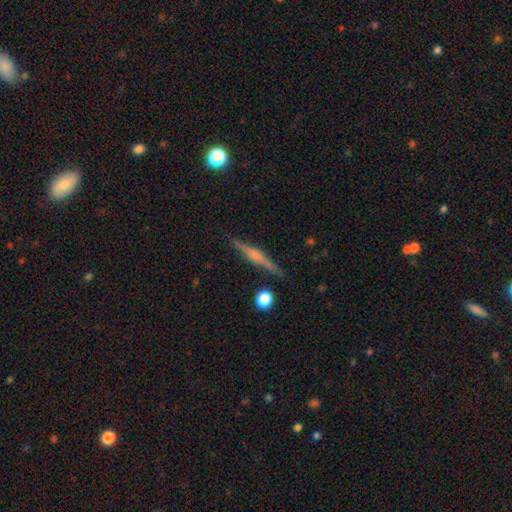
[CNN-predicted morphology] A featured or disk galaxy (72%) viewed edge-on (98%) with a rounded central bulge (68%). Merging: none (88%).